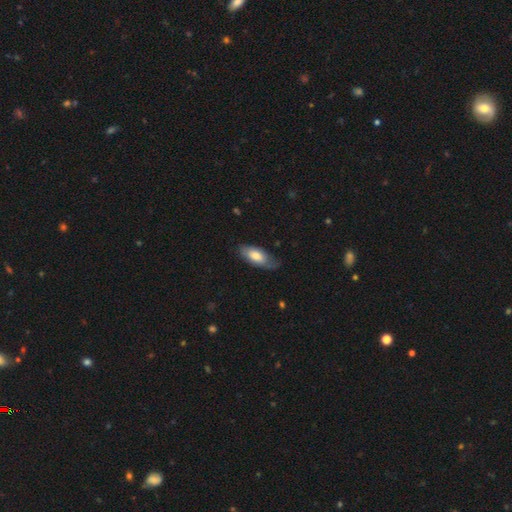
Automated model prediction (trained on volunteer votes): A smooth galaxy with no disk features (69%) that is in between round and cigar-shaped (86%). Merging: none (64%).